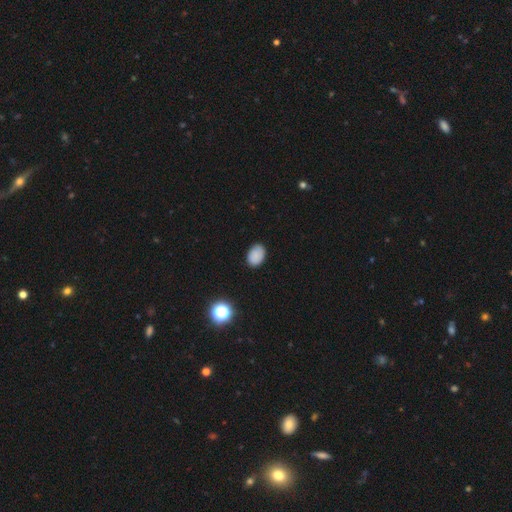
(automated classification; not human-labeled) Q: Smooth or featured?
A: smooth (83%); runner-up: star or artifact (11%)
Q: How rounded?
A: in between (76%); runner-up: round (23%)
Q: Merging?
A: none (83%); runner-up: minor disturbance (13%)